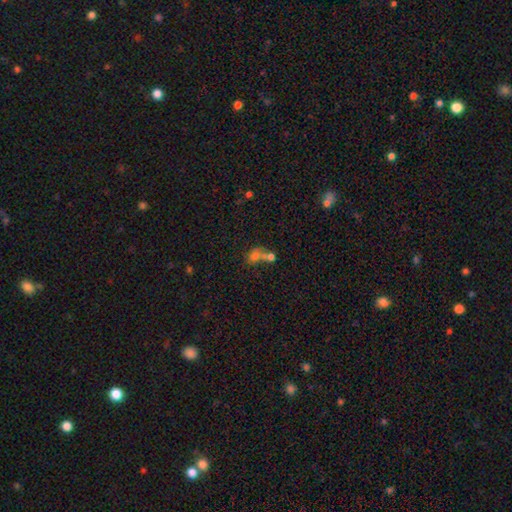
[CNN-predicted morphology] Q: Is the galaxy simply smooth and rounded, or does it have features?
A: smooth — 62%.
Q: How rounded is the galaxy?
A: round — 54%.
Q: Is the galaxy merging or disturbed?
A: merger — 56%.